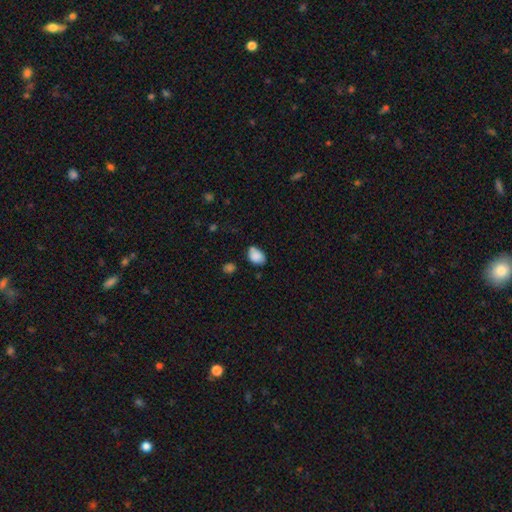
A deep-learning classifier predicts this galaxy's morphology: This is clearly a smooth galaxy (86%). How rounded: likely in between (79%). Merging: likely none (62%).